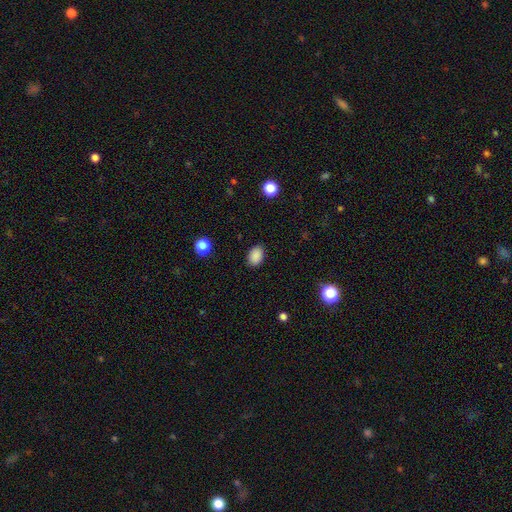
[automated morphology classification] Overall: smooth (88%). How rounded: in between (80%). Merging: none (88%).